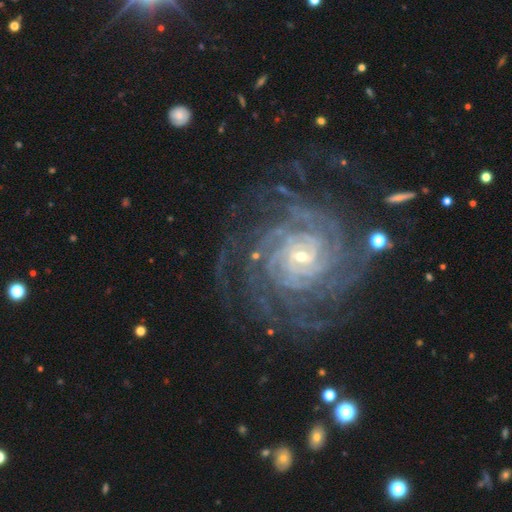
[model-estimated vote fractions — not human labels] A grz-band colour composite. It shows a featured or disk galaxy (90%) with no bar (44%), more than 4 (28%) tight (78%) spiral arms (98%) and a small central bulge (66%). Merging: none (72%).